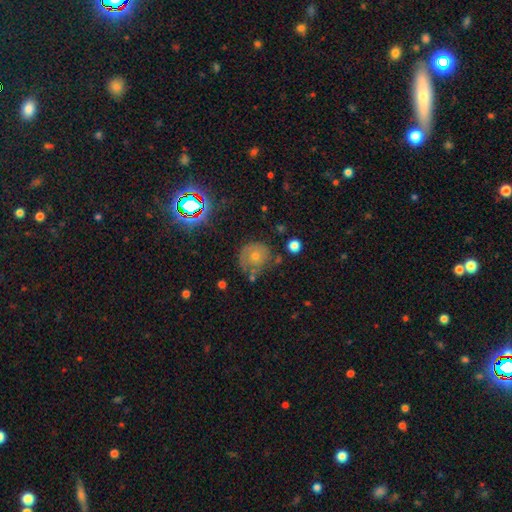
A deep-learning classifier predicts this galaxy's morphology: smooth_or_featured: featured or disk (p=0.43) [alt: smooth p=0.33]
merging: none (p=0.63) [alt: minor disturbance p=0.22]